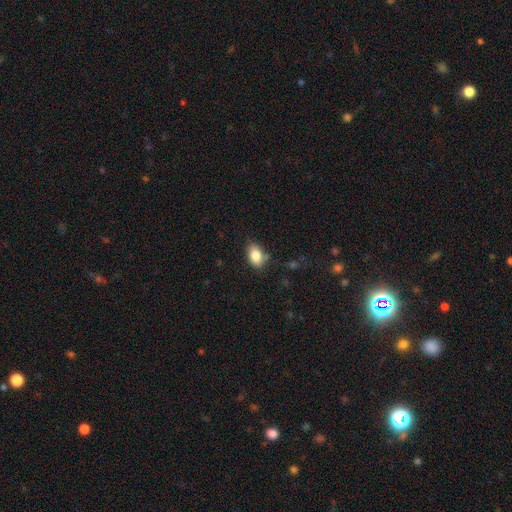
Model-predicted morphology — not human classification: A smooth galaxy with no disk features (85%) that is in between round and cigar-shaped (86%).

Vote fractions:
- Smooth or featured? smooth: 85% / star or artifact: 8% / featured or disk: 7%
- How rounded? in between: 86% / round: 13% / cigar-shaped: 2%
- Merging? none: 73% / minor disturbance: 19% / major disturbance: 4% / merger: 4%